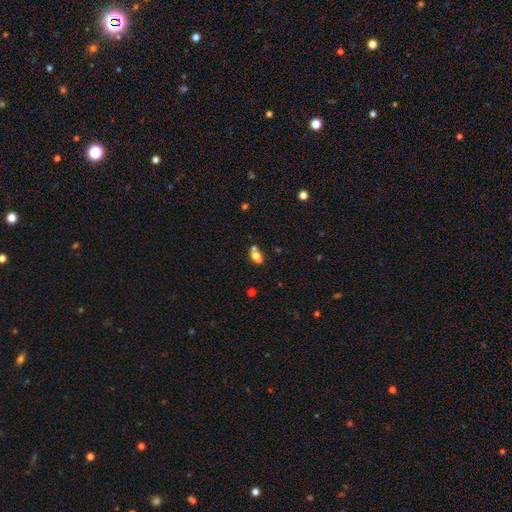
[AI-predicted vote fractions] The model was most divided on "merging": merger: 49%, none: 35%, minor disturbance: 10%, major disturbance: 5%. More confident: smooth or featured — smooth (67%); how rounded — in between (65%).